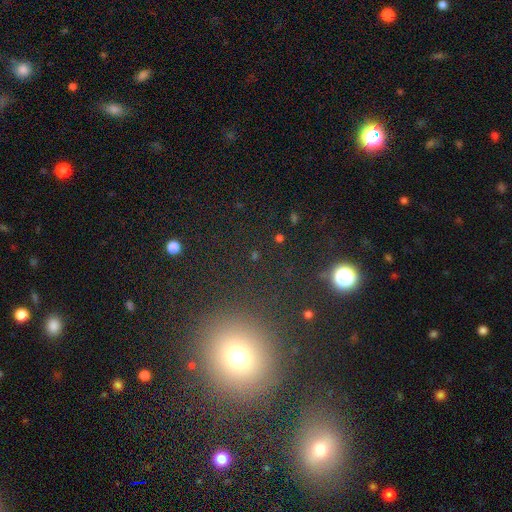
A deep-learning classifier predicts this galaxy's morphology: The model was most divided on "smooth or featured": smooth: 55%, star or artifact: 35%, featured or disk: 10%. More confident: how rounded — round (84%); merging — none (84%).